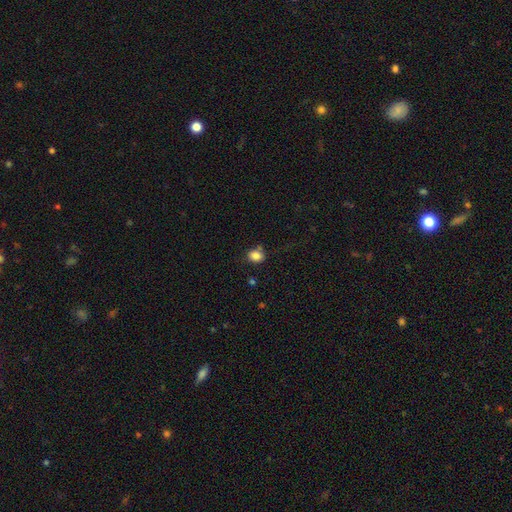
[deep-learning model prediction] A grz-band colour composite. It shows a smooth galaxy with no disk features (84%) that is in between round and cigar-shaped (50%). Merging: none (69%).